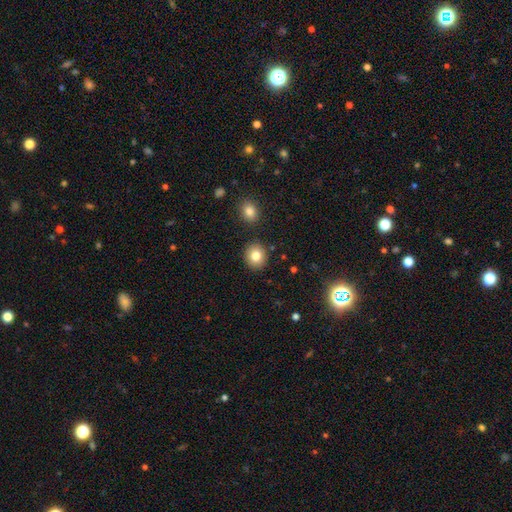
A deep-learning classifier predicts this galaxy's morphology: smooth 81%, star or artifact 10%, featured or disk 9%. Down the decision tree: how rounded — round (78%); merging — none (87%).